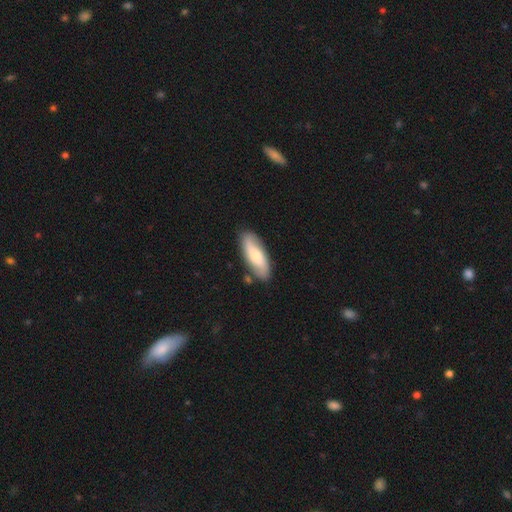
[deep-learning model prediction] The model was most divided on "smooth or featured": smooth: 53%, featured or disk: 41%, star or artifact: 5%. More confident: merging — none (80%); how rounded — in between (71%).